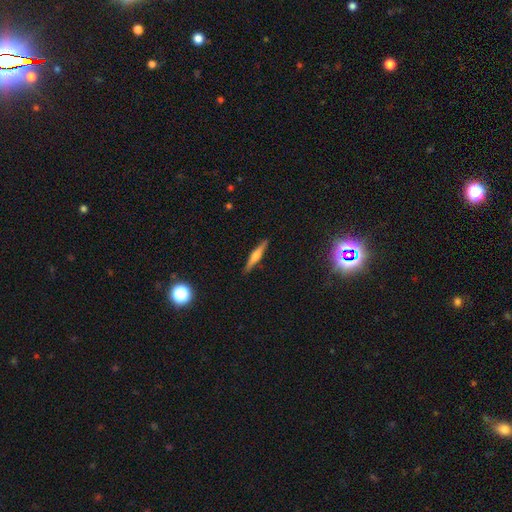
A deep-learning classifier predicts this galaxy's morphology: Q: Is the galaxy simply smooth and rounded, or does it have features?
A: featured or disk — 58%.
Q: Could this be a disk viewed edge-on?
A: yes — 97%.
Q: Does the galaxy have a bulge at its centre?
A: rounded — 81%.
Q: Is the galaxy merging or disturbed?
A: none — 90%.